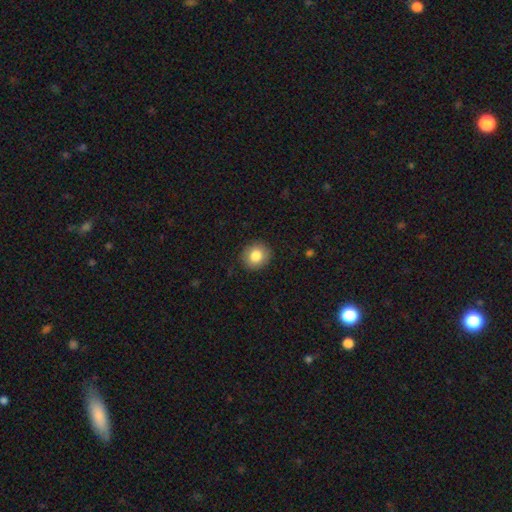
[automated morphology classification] A smooth galaxy with no disk features (84%) that is round (83%).

Vote fractions:
- Smooth or featured? smooth: 84% / star or artifact: 9% / featured or disk: 8%
- How rounded? round: 83% / in between: 16% / cigar-shaped: 1%
- Merging? none: 89% / minor disturbance: 8% / major disturbance: 2% / merger: 1%